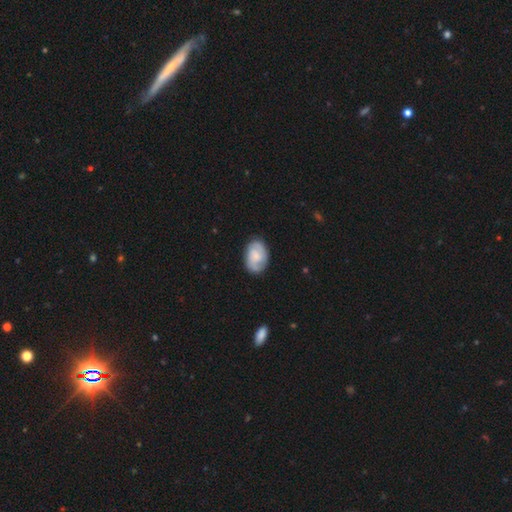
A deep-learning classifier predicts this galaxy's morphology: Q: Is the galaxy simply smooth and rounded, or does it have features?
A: featured or disk — 58%.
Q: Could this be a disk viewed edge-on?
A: no — 97%.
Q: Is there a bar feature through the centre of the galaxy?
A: no — 59%.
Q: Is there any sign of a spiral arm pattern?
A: yes — 89%.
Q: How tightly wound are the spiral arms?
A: tight — 48%.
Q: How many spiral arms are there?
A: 2 — 66%.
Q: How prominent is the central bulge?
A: small — 46%.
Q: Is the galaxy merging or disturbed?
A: none — 80%.